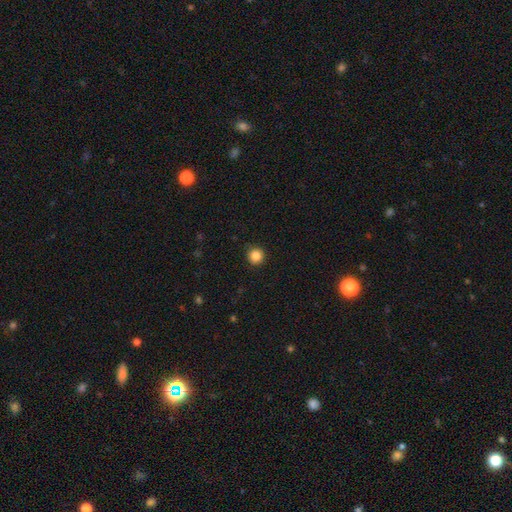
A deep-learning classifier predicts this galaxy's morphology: Q: Smooth or featured?
A: smooth (85%); runner-up: star or artifact (11%)
Q: How rounded?
A: round (96%); runner-up: in between (3%)
Q: Merging?
A: none (92%); runner-up: minor disturbance (5%)